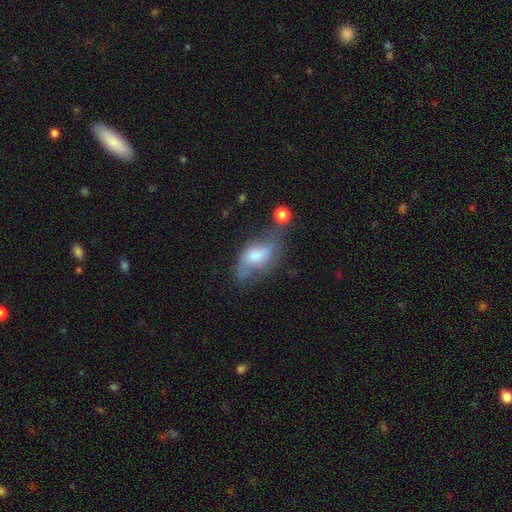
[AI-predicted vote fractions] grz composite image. It shows a smooth galaxy with no disk features (49%). Merging: none (32%).